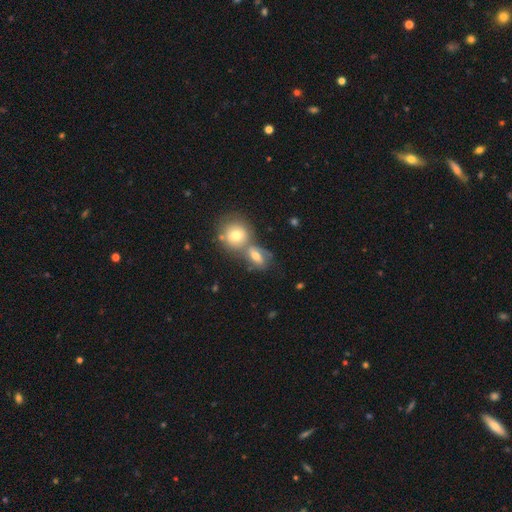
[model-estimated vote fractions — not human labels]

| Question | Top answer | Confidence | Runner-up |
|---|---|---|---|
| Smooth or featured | smooth | 58% | featured or disk (31%) |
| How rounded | in between | 67% | round (28%) |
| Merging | merger | 50% | none (32%) |